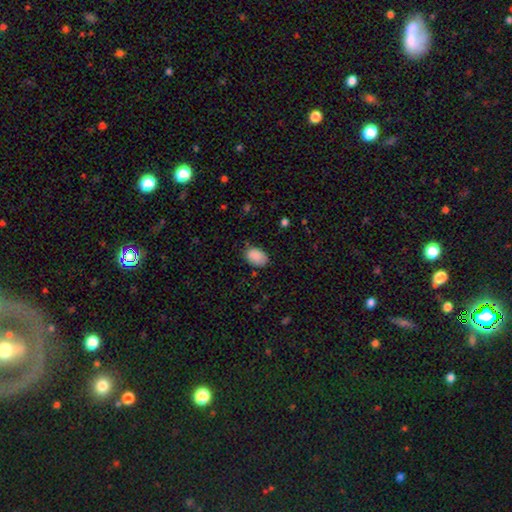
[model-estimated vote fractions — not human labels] Overall: smooth (89%). How rounded: in between (85%). Merging: none (78%).